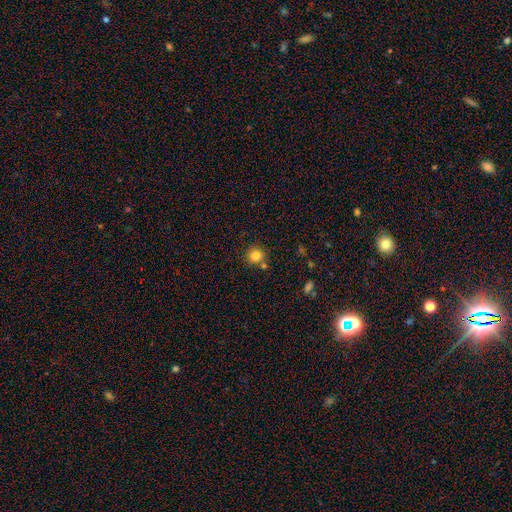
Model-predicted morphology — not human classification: This appears to be a smooth galaxy with no disk features (83%) that is round (92%). Merging: none (74%).